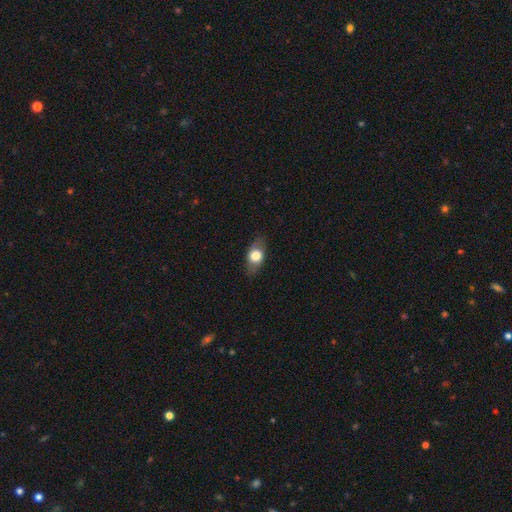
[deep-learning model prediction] smooth 63%, featured or disk 30%, star or artifact 7%. Down the decision tree: how rounded — in between (73%); merging — none (81%).